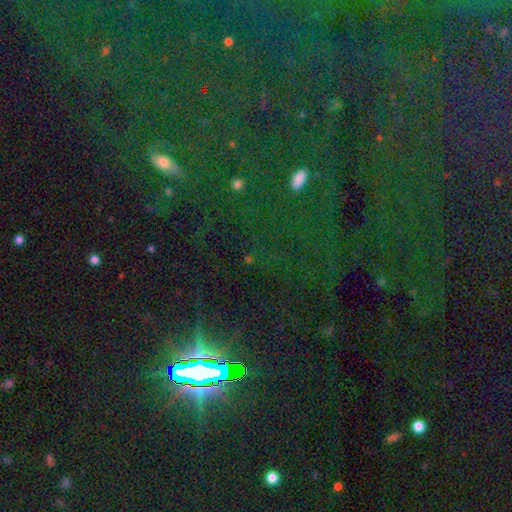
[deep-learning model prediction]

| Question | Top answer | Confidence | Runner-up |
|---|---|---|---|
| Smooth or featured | star or artifact | 74% | smooth (16%) |